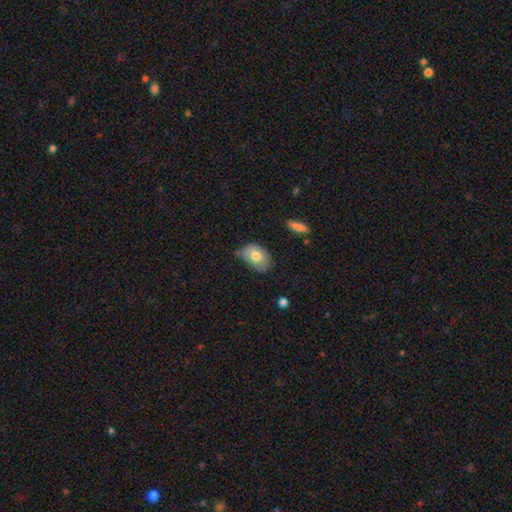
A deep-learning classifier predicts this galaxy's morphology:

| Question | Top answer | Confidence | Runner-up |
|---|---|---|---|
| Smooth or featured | smooth | 74% | featured or disk (19%) |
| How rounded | in between | 83% | round (16%) |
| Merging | none | 50% | minor disturbance (38%) |